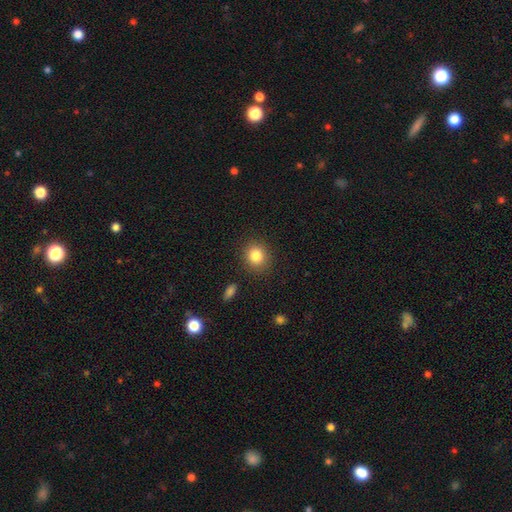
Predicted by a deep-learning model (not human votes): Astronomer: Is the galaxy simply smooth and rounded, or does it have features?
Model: smooth — 83%.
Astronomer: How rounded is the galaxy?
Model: round — 82%.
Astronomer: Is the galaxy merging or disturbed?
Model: none — 88%.